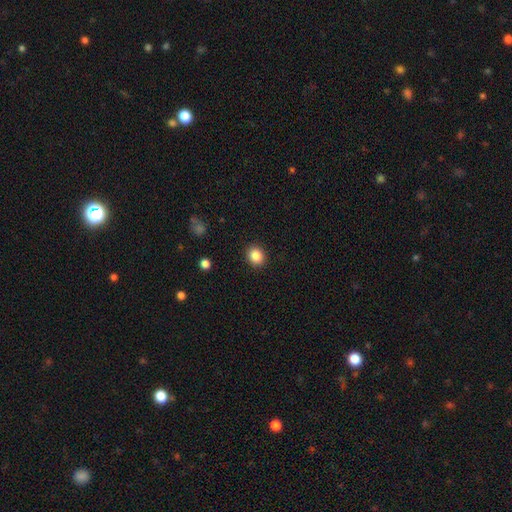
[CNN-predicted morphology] smooth-or-featured: smooth: 86% | star or artifact: 10% | featured or disk: 4%
  how-rounded: round: 77% | in between: 22% | cigar-shaped: 1%
  merging: none: 91% | minor disturbance: 6% | major disturbance: 2% | merger: 1%